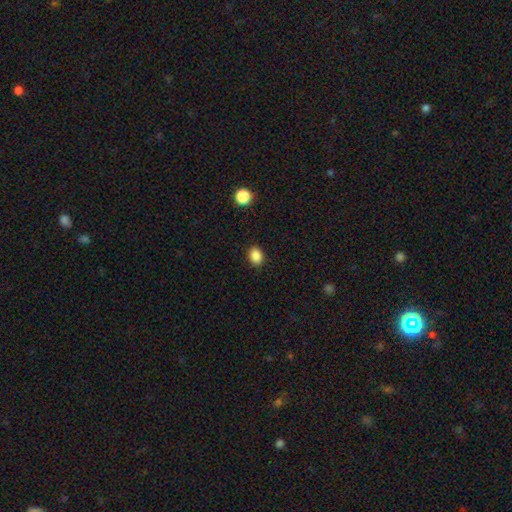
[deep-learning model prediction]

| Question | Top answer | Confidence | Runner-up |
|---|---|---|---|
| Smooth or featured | smooth | 87% | star or artifact (10%) |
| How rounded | in between | 62% | round (37%) |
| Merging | none | 88% | minor disturbance (8%) |